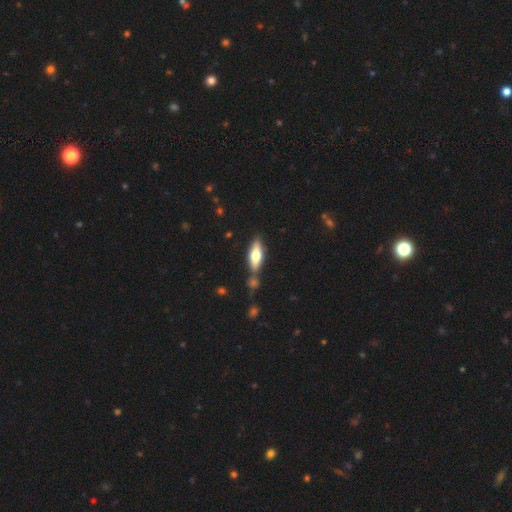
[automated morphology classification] Smooth or featured: smooth — 55% (featured or disk — 39%)
How rounded: in between — 53% (cigar-shaped — 45%)
Merging: none — 77% (minor disturbance — 11%)